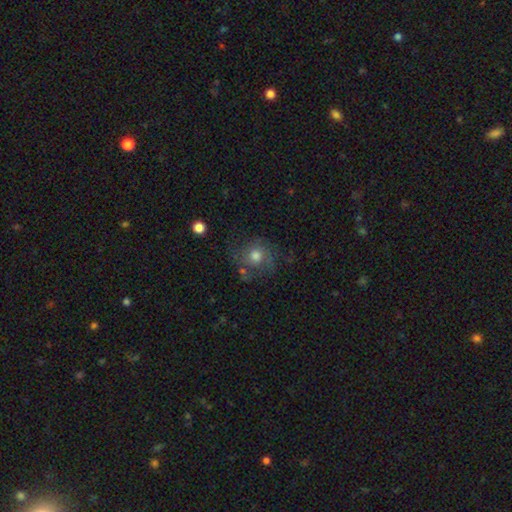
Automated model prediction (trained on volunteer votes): smooth 50%, featured or disk 38%, star or artifact 12%. Down the decision tree: how rounded — round (82%); merging — none (61%).